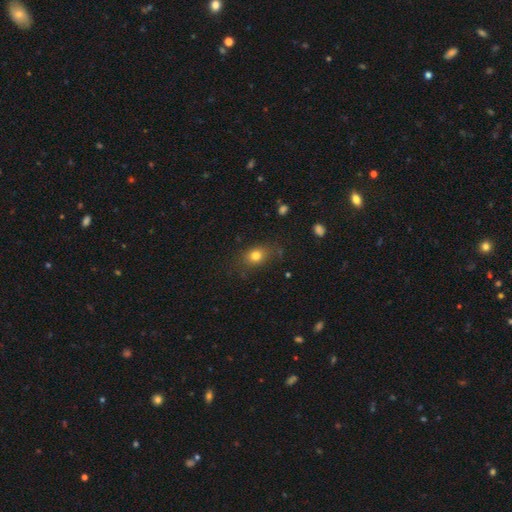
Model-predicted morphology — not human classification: type=smooth (78%); roundness=in between (58%); merging=none (76%).